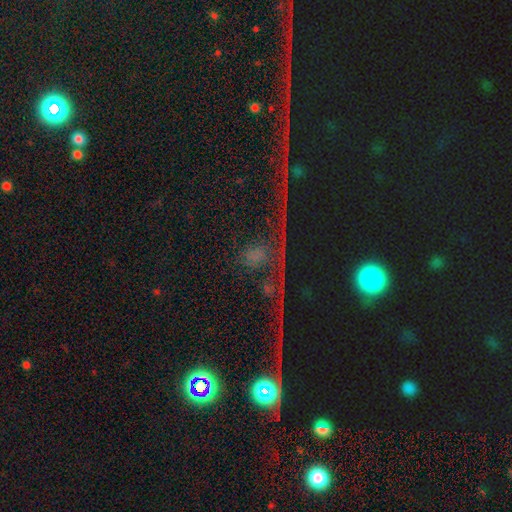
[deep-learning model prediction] Morphology: type=star or artifact (64%).